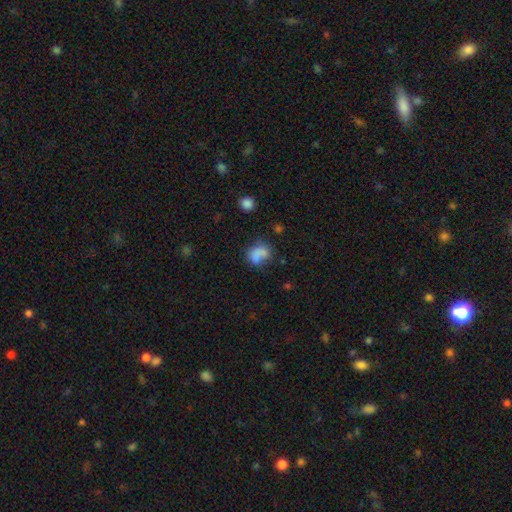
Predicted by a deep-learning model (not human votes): This is likely a smooth galaxy (73%). How rounded: possibly in between (60%). Merging: marginally none (41%).